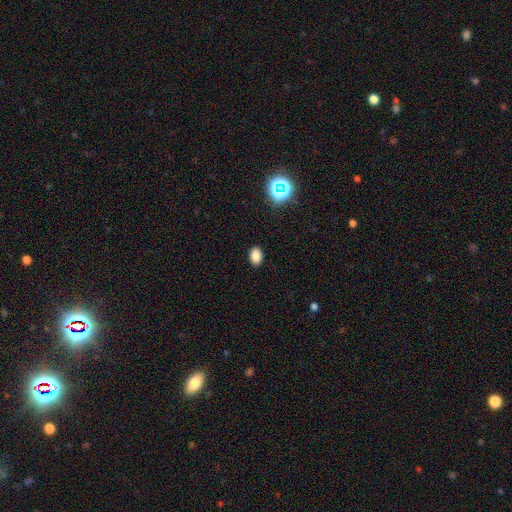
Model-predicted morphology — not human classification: Smooth or featured?
  - smooth: 84% *
  - star or artifact: 12%
  - featured or disk: 4%
How rounded?
  - in between: 82% *
  - round: 17%
  - cigar-shaped: 1%
Merging?
  - none: 89% *
  - minor disturbance: 7%
  - major disturbance: 2%
  - merger: 1%